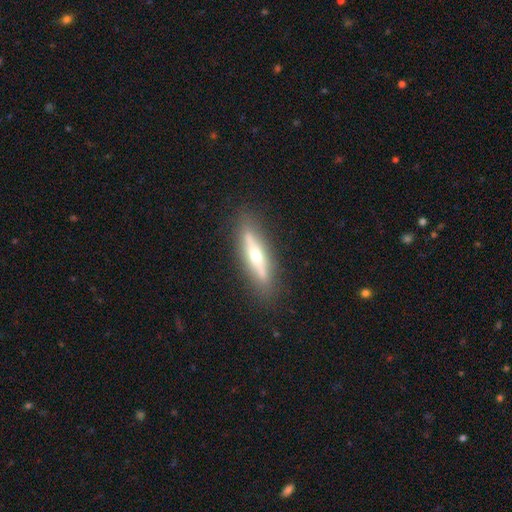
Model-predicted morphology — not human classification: featured or disk 61%, smooth 33%, star or artifact 6%. Down the decision tree: edge-on disk — yes (90%); edge-on bulge — rounded (87%); merging — none (84%).